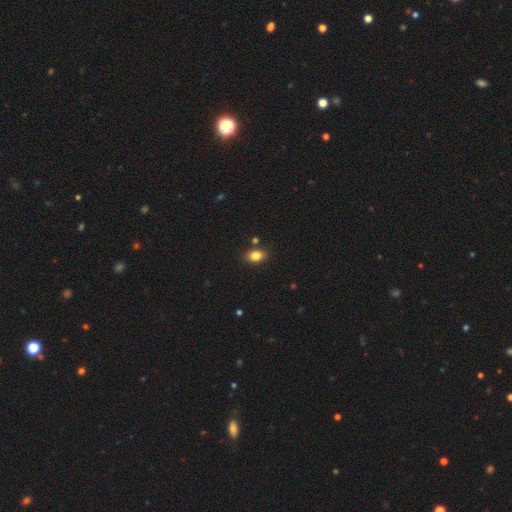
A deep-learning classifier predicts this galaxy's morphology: smooth_or_featured: smooth (p=0.83) [alt: star or artifact p=0.10]
how_rounded: in between (p=0.74) [alt: round p=0.25]
merging: none (p=0.83) [alt: minor disturbance p=0.10]